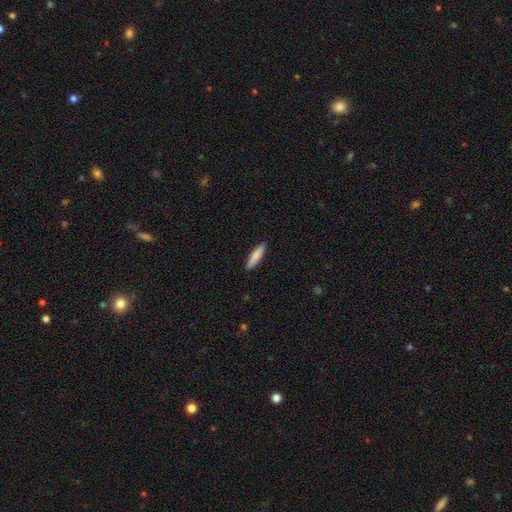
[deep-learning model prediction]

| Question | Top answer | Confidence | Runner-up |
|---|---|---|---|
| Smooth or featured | smooth | 84% | featured or disk (11%) |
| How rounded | cigar-shaped | 80% | in between (19%) |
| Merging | none | 91% | minor disturbance (7%) |